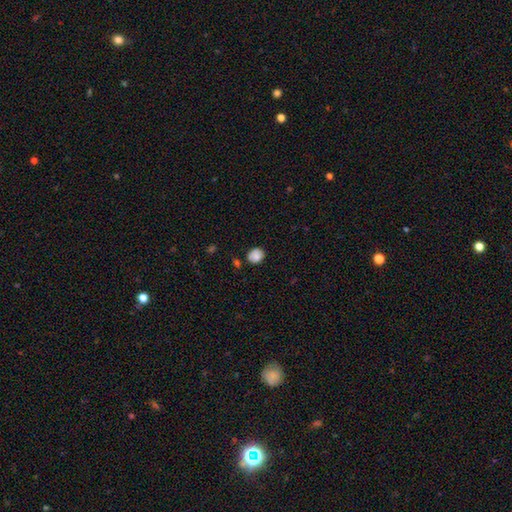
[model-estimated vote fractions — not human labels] A smooth galaxy with no disk features (82%) that is round (73%). Merging: none (76%).